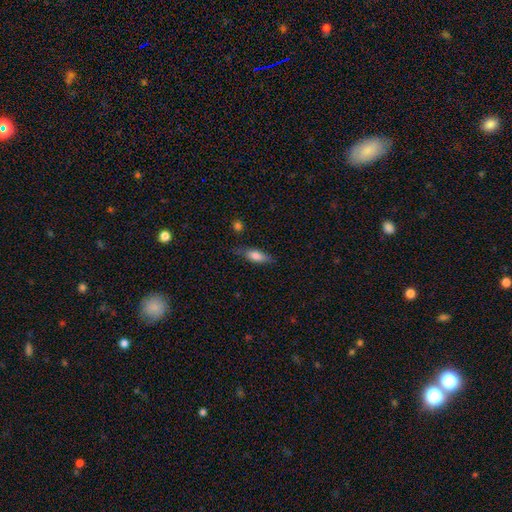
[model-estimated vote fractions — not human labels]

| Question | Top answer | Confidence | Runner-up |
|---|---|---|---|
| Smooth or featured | smooth | 74% | featured or disk (19%) |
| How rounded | in between | 62% | cigar-shaped (35%) |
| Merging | none | 70% | minor disturbance (22%) |